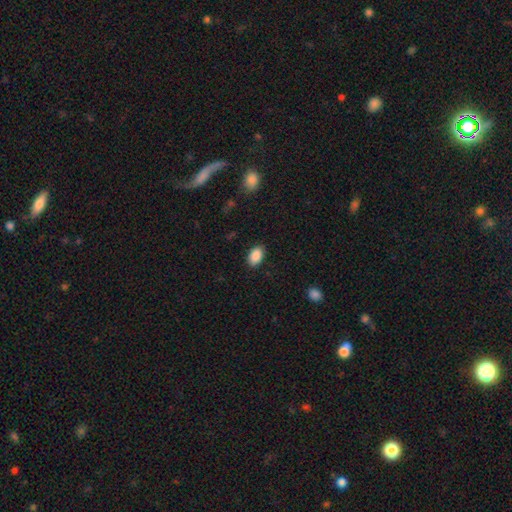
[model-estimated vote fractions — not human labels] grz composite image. It shows a smooth galaxy with no disk features (89%) that is in between round and cigar-shaped (91%). Merging: none (87%).